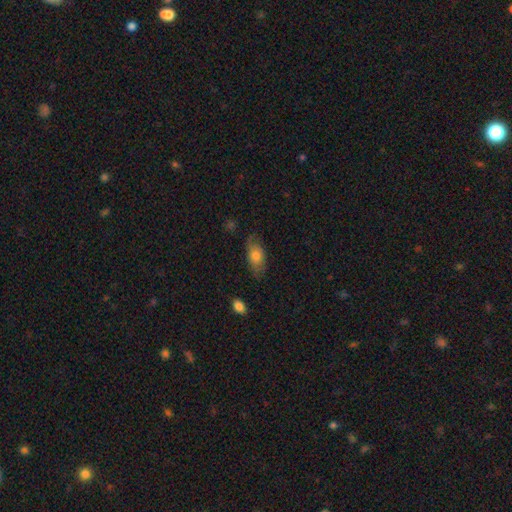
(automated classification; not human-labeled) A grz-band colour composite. It shows a smooth galaxy with no disk features (71%) that is in between round and cigar-shaped (87%). Merging: none (67%).